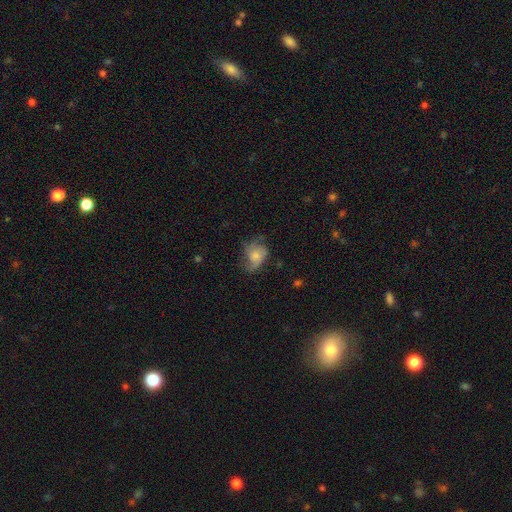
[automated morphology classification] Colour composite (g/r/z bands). It shows a smooth galaxy with no disk features (47%). Merging: none (43%).